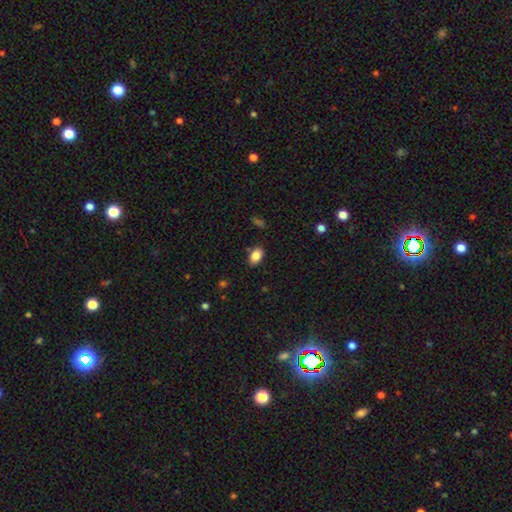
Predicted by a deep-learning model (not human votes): The model was most divided on "merging": none: 83%, minor disturbance: 12%, major disturbance: 3%, merger: 2%. More confident: how rounded — in between (88%); smooth or featured — smooth (86%).